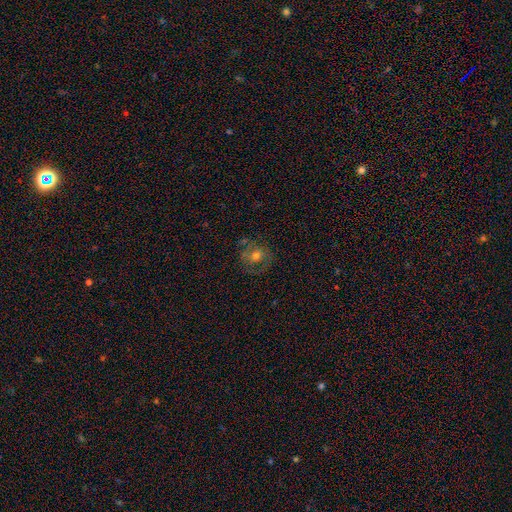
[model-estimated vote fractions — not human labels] Smooth or featured? Predicted: smooth (p=0.46). Merging? Predicted: none (p=0.67).